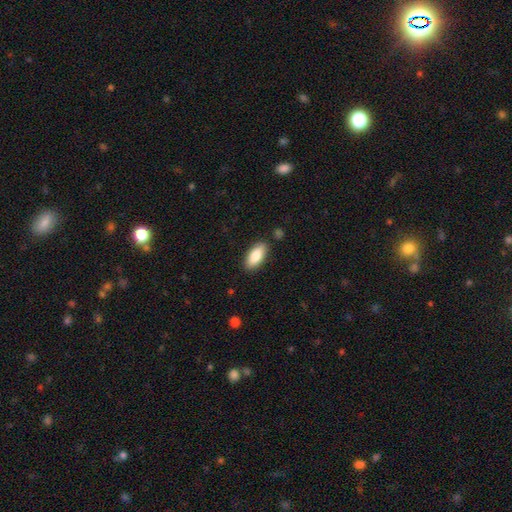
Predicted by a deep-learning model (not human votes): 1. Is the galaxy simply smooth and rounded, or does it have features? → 82% smooth, 12% featured or disk, 6% star or artifact.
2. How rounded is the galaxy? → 85% in between, 12% cigar-shaped, 2% round.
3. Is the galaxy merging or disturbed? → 86% none, 9% minor disturbance, 2% major disturbance, 2% merger.